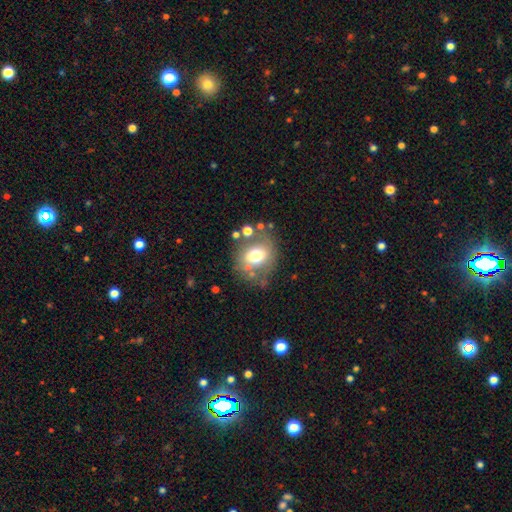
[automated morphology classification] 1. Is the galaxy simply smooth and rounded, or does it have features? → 60% smooth, 29% featured or disk, 11% star or artifact.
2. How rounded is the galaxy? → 63% round, 36% in between, 1% cigar-shaped.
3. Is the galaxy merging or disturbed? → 65% none, 18% minor disturbance, 9% major disturbance, 8% merger.